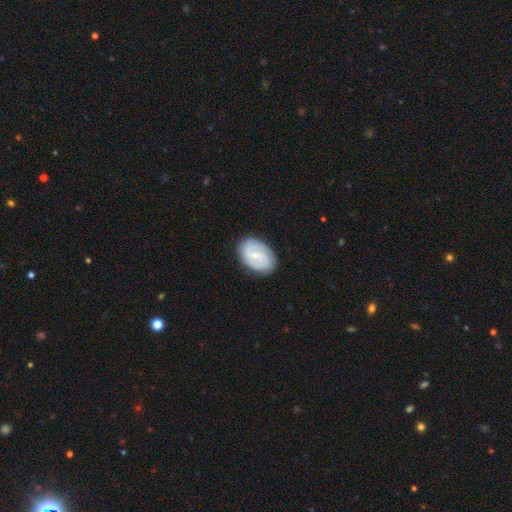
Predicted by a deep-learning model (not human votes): This appears to be a featured or disk galaxy (68%) with a weak bar (51%), 2 (58%) tight (50%) spiral arms (89%) and a small central bulge (69%). Merging: none (81%).